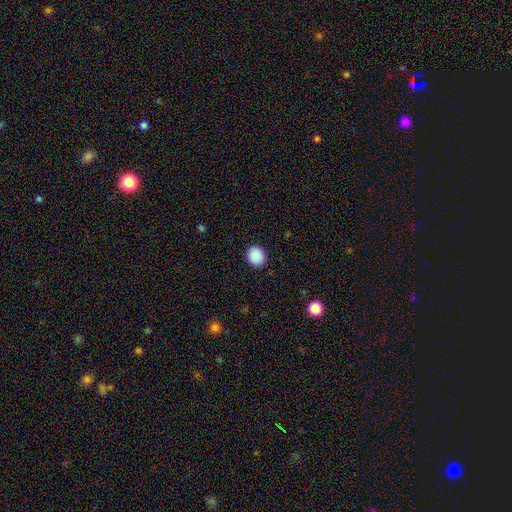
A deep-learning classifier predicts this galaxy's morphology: Smooth or featured?
  - smooth: 90% *
  - star or artifact: 8%
  - featured or disk: 2%
How rounded?
  - round: 76% *
  - in between: 23%
  - cigar-shaped: 1%
Merging?
  - none: 91% *
  - minor disturbance: 6%
  - major disturbance: 2%
  - merger: 1%